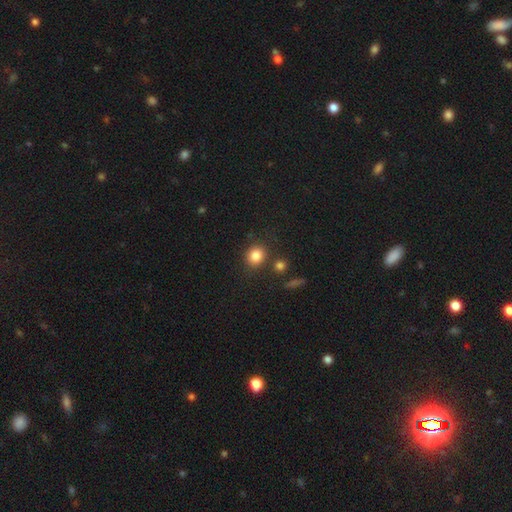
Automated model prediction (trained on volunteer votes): This appears to be a smooth galaxy with no disk features (84%) that is round (79%). Merging: none (80%).